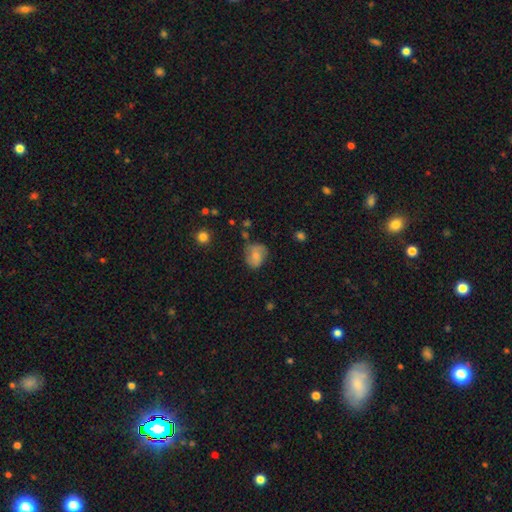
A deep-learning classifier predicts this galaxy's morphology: A smooth galaxy with no disk features (59%) that is round (56%). Merging: none (59%).